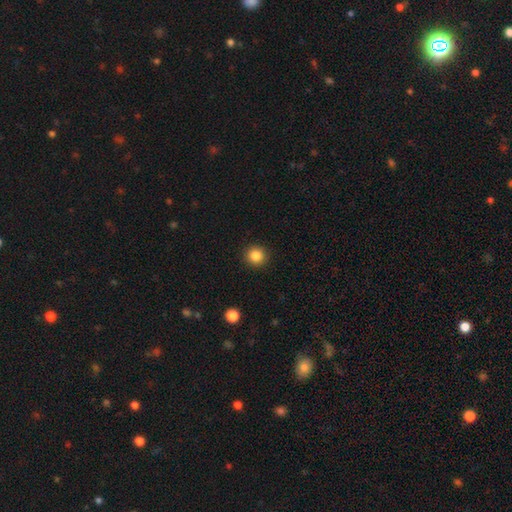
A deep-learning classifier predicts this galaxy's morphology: Smooth or featured? Predicted: smooth (p=0.85). How rounded? Predicted: round (p=0.93). Merging? Predicted: none (p=0.92).